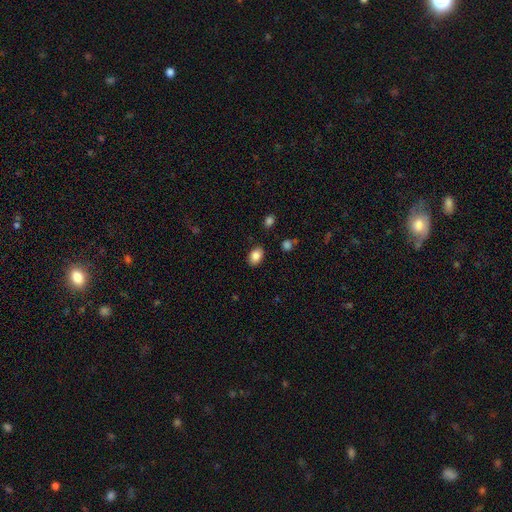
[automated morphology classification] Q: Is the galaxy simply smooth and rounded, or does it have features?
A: smooth — 85%.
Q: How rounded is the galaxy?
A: in between — 82%.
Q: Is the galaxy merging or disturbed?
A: none — 86%.